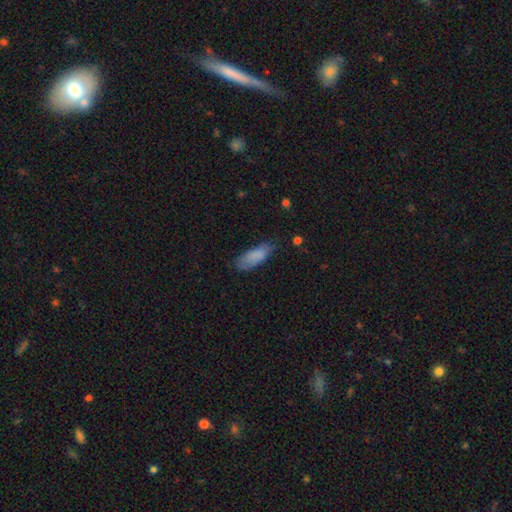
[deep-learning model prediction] smooth-or-featured: smooth: 83% | featured or disk: 9% | star or artifact: 7%
  how-rounded: in between: 69% | cigar-shaped: 29% | round: 2%
  merging: none: 60% | minor disturbance: 30% | major disturbance: 8% | merger: 2%